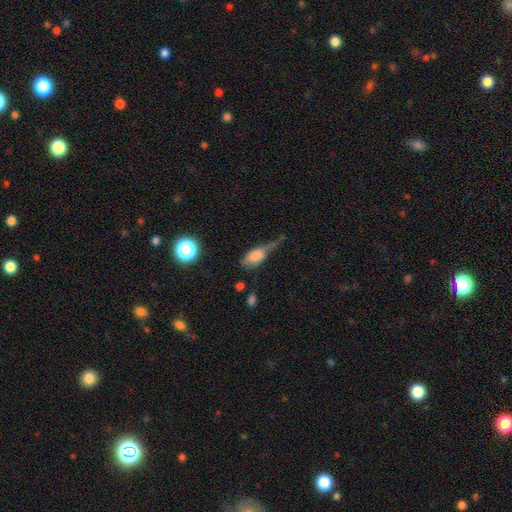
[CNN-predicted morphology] Smooth or featured? Predicted: smooth (p=0.73). How rounded? Predicted: in between (p=0.83). Merging? Predicted: major disturbance (p=0.35).